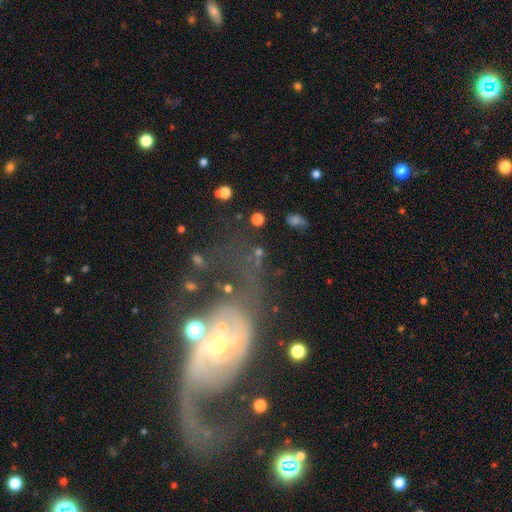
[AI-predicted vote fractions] Smooth or featured?
  - smooth: 37% *
  - featured or disk: 35%
  - star or artifact: 28%
Merging?
  - none: 34% *
  - major disturbance: 31%
  - merger: 20%
  - minor disturbance: 15%